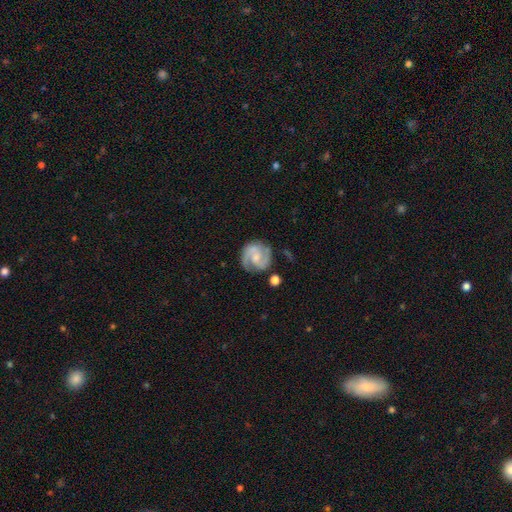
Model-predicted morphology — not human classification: This appears to be a featured or disk galaxy (84%) with no bar (46%), 2 (88%) medium (52%) spiral arms (97%) and a small central bulge (51%). Merging: none (78%).